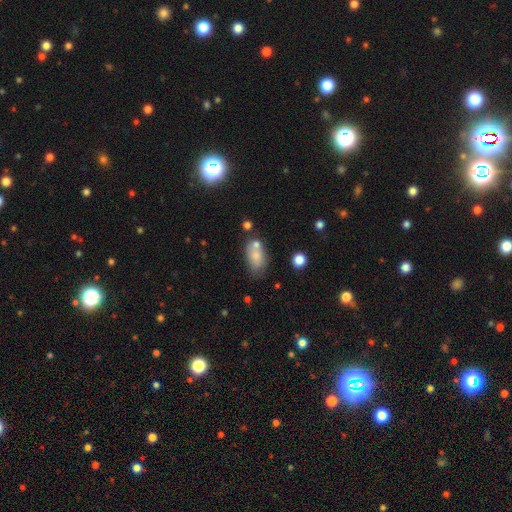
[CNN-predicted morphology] A smooth galaxy with no disk features (74%) that is in between round and cigar-shaped (89%).

Vote fractions:
- Smooth or featured? smooth: 74% / featured or disk: 17% / star or artifact: 9%
- How rounded? in between: 89% / round: 7% / cigar-shaped: 4%
- Merging? none: 50% / merger: 22% / minor disturbance: 21% / major disturbance: 7%